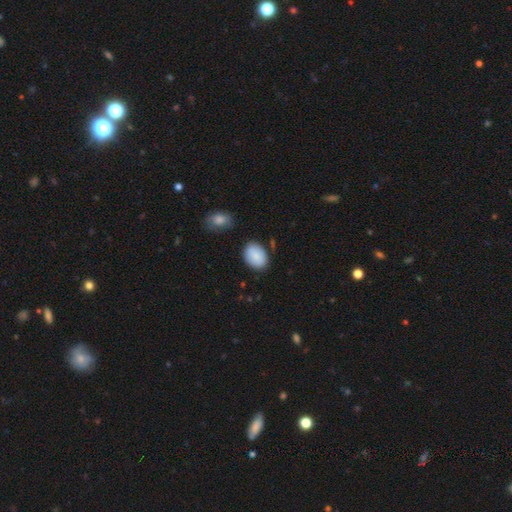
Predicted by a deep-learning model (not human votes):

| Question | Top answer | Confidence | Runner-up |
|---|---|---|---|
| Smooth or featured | smooth | 88% | star or artifact (7%) |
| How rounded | in between | 78% | round (21%) |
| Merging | none | 79% | minor disturbance (14%) |